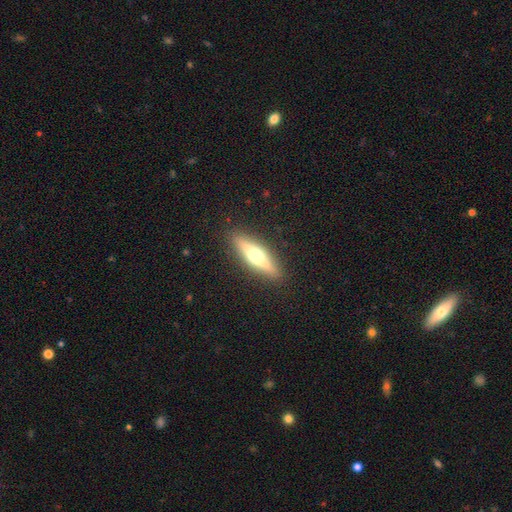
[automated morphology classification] Smooth or featured?
  - featured or disk: 57% *
  - smooth: 38%
  - star or artifact: 6%
Edge-on disk?
  - yes: 94% *
  - no: 6%
Edge-on bulge?
  - rounded: 93% *
  - boxy: 3%
  - none: 3%
Merging?
  - none: 90% *
  - minor disturbance: 7%
  - major disturbance: 2%
  - merger: 1%